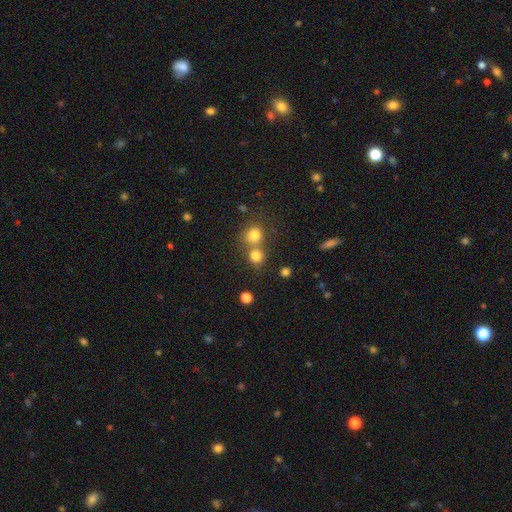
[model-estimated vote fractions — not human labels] smooth-or-featured: smooth: 79% | star or artifact: 14% | featured or disk: 7%
  how-rounded: round: 85% | in between: 14% | cigar-shaped: 1%
  merging: none: 52% | merger: 37% | minor disturbance: 7% | major disturbance: 4%